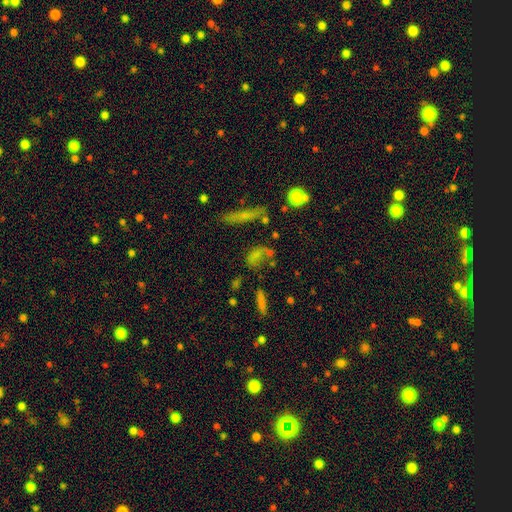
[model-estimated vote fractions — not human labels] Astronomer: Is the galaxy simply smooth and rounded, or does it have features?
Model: smooth — 60%.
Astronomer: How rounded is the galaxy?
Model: in between — 59%.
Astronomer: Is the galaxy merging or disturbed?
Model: none — 47%.